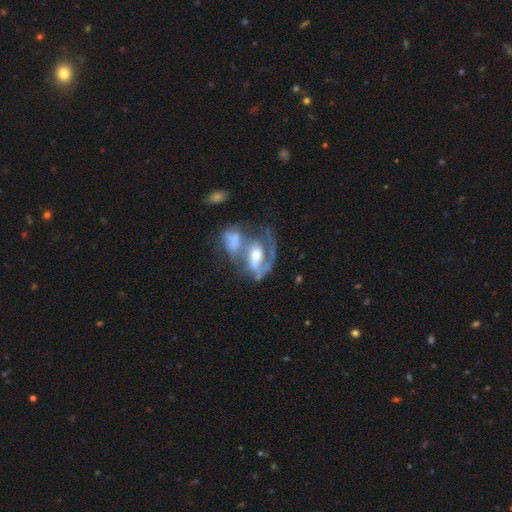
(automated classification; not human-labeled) Morphology: type=featured or disk (74%); edge-on=no (96%); bar=no (48%); spiral arms=yes (79%); winding=medium (40%); arm count=1 (50%); bulge=moderate (56%); merging=merger (49%).